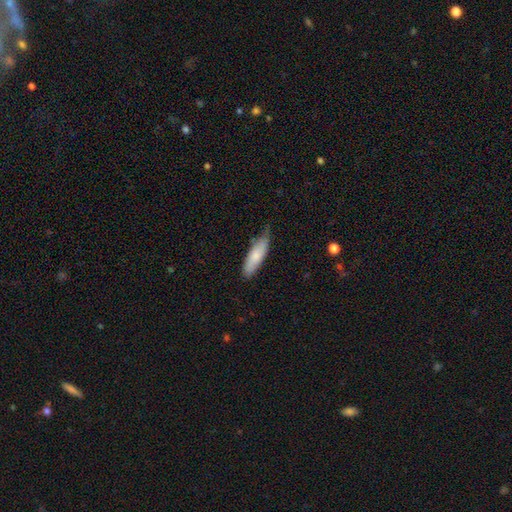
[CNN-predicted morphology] smooth 77%, featured or disk 17%, star or artifact 6%. Down the decision tree: how rounded — cigar-shaped (53%); merging — none (61%).